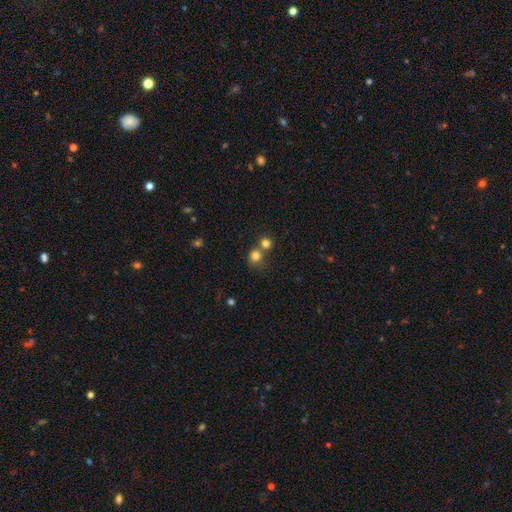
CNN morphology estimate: Q: Smooth or featured?
A: smooth (79%); runner-up: star or artifact (14%)
Q: How rounded?
A: round (87%); runner-up: in between (12%)
Q: Merging?
A: none (52%); runner-up: merger (37%)